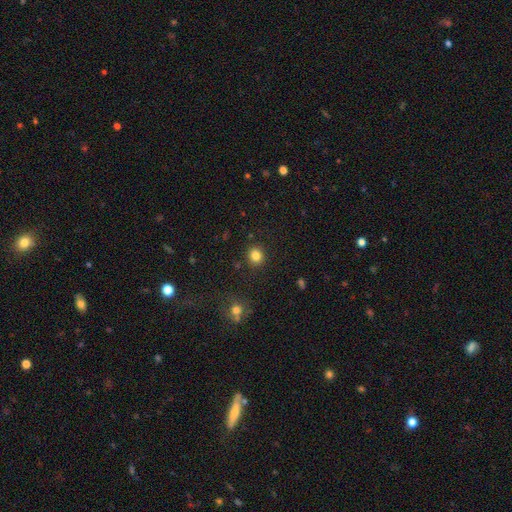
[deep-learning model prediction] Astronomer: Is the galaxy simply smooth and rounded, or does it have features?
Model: smooth — 82%.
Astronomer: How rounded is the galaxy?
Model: round — 86%.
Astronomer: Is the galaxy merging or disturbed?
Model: none — 89%.